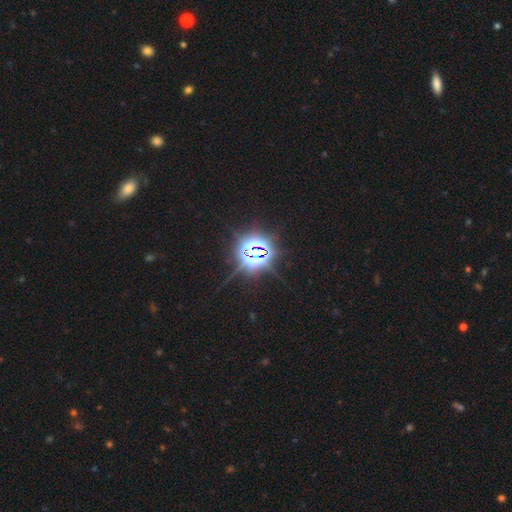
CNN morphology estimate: This is clearly a star or artifact rather than a galaxy (84%).